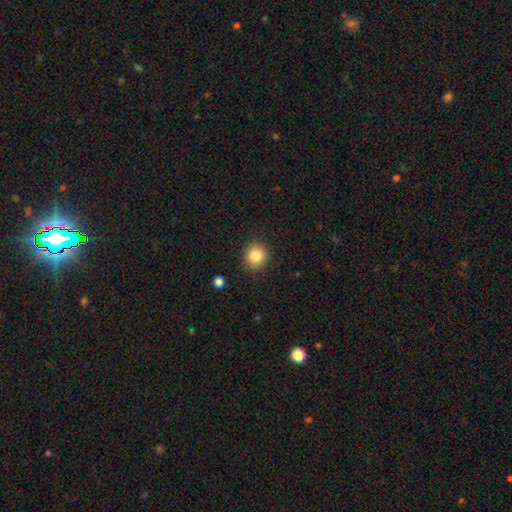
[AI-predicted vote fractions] smooth 83%, star or artifact 11%, featured or disk 6%. Down the decision tree: how rounded — round (89%); merging — none (90%).